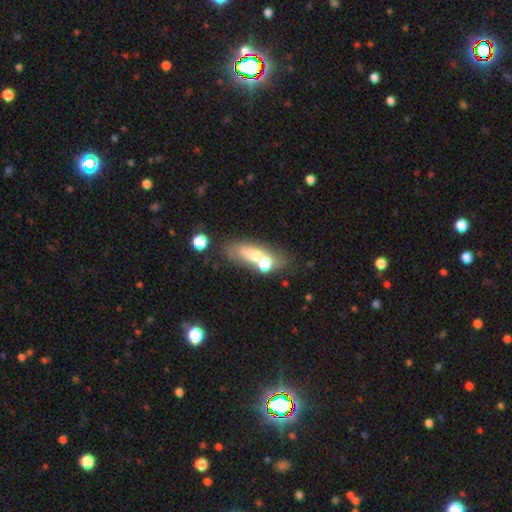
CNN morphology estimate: Smooth or featured? smooth (54%)
How rounded? in between (57%)
Merging? none (48%)